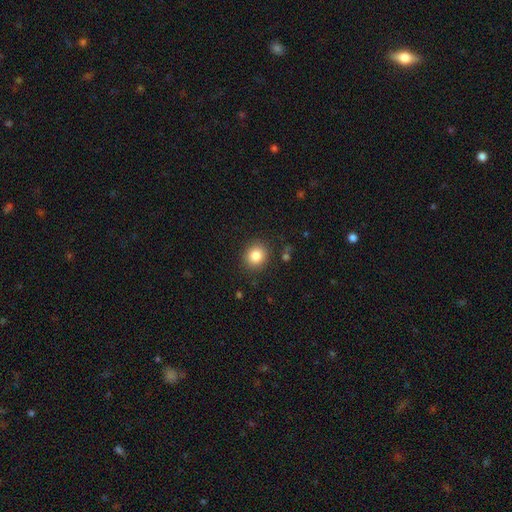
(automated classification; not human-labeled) Smooth or featured?
  - smooth: 84% *
  - star or artifact: 10%
  - featured or disk: 6%
How rounded?
  - round: 78% *
  - in between: 21%
  - cigar-shaped: 1%
Merging?
  - none: 88% *
  - minor disturbance: 8%
  - major disturbance: 3%
  - merger: 1%